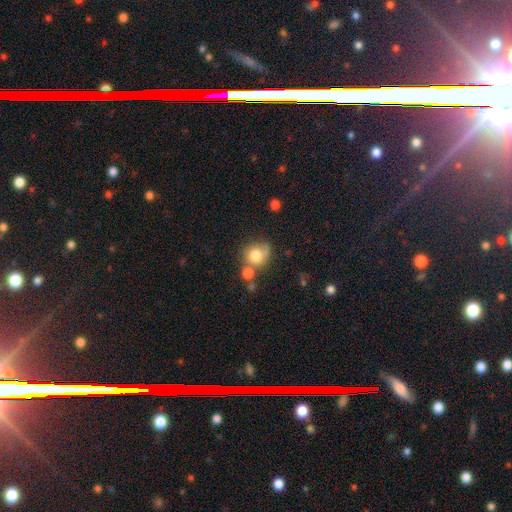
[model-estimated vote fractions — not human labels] smooth_or_featured: smooth (p=0.77) [alt: featured or disk p=0.13]
how_rounded: round (p=0.84) [alt: in between p=0.15]
merging: none (p=0.50) [alt: merger p=0.28]